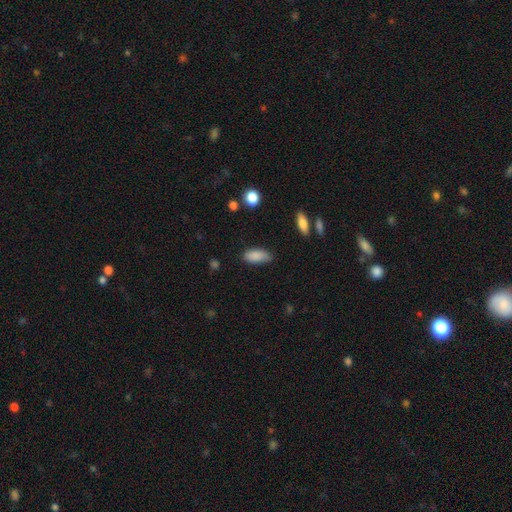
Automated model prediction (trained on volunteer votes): Overall: smooth (87%). How rounded: in between (89%). Merging: none (71%).